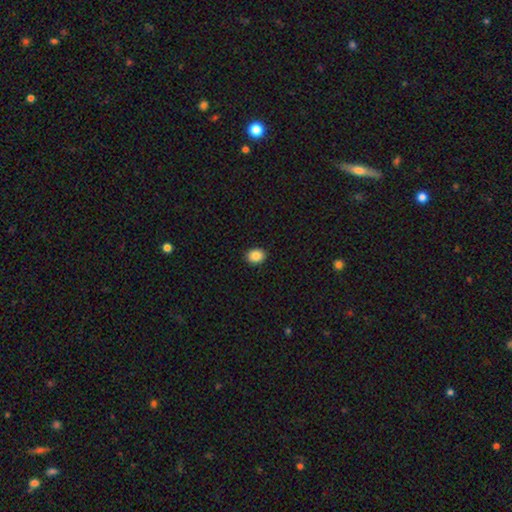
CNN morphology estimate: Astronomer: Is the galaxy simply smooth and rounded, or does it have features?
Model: smooth — 87%.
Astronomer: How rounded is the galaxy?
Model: in between — 51% (runner-up: round, 48%).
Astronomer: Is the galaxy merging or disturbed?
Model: none — 91%.